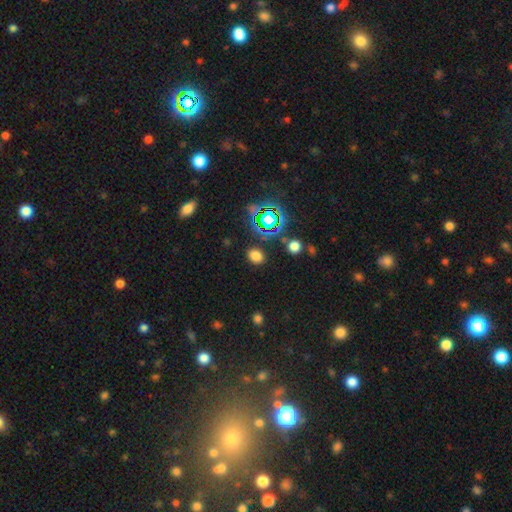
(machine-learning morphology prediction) A smooth galaxy with no disk features (71%) that is in between round and cigar-shaped (55%).

Vote fractions:
- Smooth or featured? smooth: 71% / star or artifact: 24% / featured or disk: 5%
- How rounded? in between: 55% / round: 43% / cigar-shaped: 1%
- Merging? none: 85% / minor disturbance: 9% / major disturbance: 3% / merger: 3%